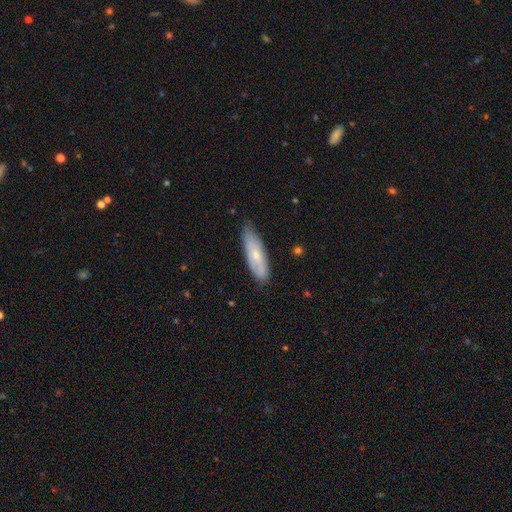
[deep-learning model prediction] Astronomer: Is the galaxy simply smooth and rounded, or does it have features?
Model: smooth — 55% (runner-up: featured or disk, 39%).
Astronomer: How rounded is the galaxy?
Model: in between — 50% (runner-up: cigar-shaped, 48%).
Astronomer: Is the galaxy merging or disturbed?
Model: none — 75%.